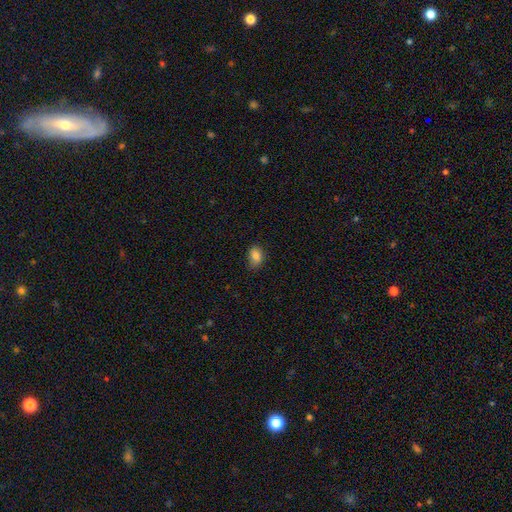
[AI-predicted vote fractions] This appears to be a smooth galaxy with no disk features (84%) that is in between round and cigar-shaped (74%). Merging: none (75%).